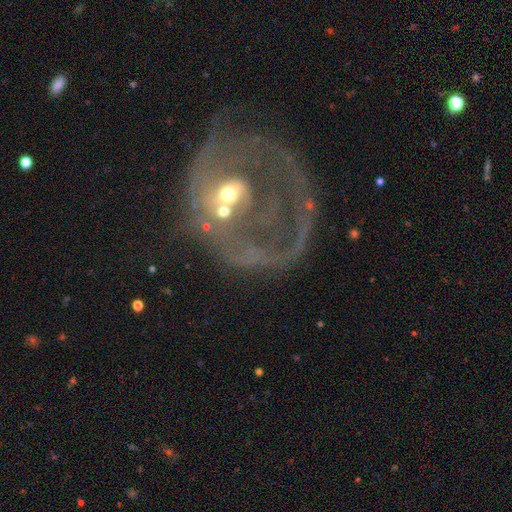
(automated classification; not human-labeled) A featured or disk galaxy (74%) with no bar (65%), spiral arms (56%) and a moderate central bulge (54%). Merging: major disturbance (33%, tied with none).